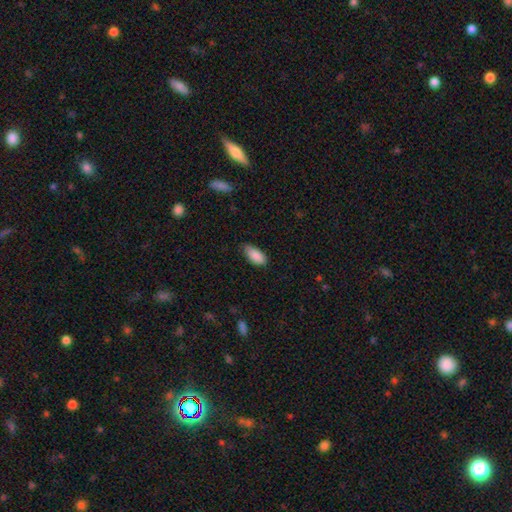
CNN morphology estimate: Smooth or featured? Predicted: smooth (p=0.88). How rounded? Predicted: in between (p=0.89). Merging? Predicted: none (p=0.71).